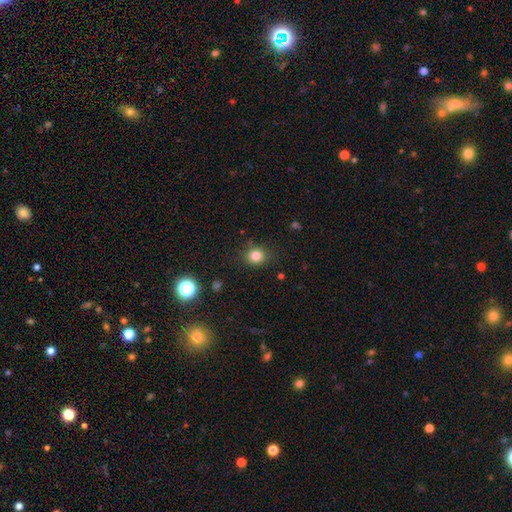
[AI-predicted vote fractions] The model was most divided on "how rounded": round: 79%, in between: 20%, cigar-shaped: 1%. More confident: merging — none (82%); smooth or featured — smooth (82%).